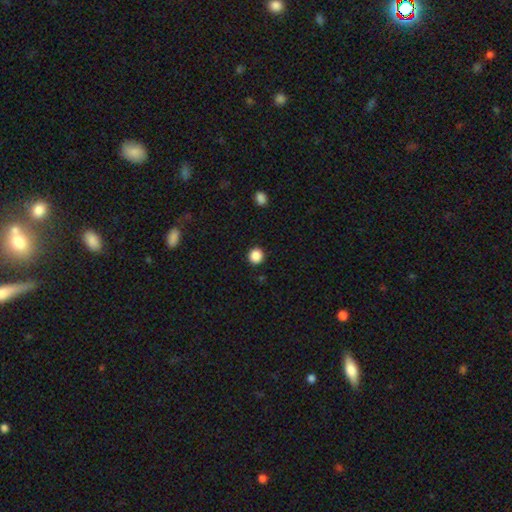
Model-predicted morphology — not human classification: A smooth galaxy with no disk features (87%) that is round (94%).

Vote fractions:
- Smooth or featured? smooth: 87% / star or artifact: 10% / featured or disk: 3%
- How rounded? round: 94% / in between: 5% / cigar-shaped: 1%
- Merging? none: 92% / minor disturbance: 5% / major disturbance: 2% / merger: 1%